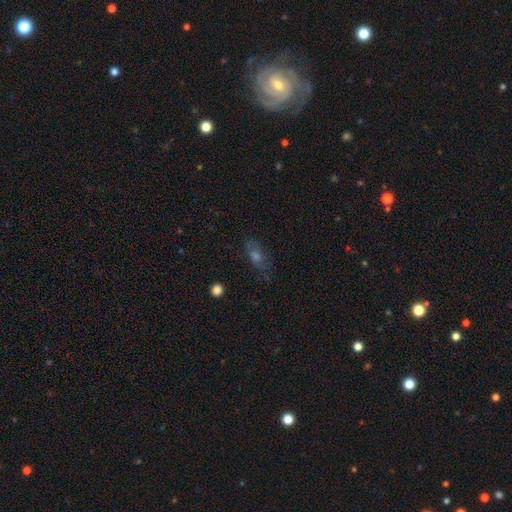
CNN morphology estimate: Overall: smooth (42%; featured or disk 34%). Merging: none (74%).